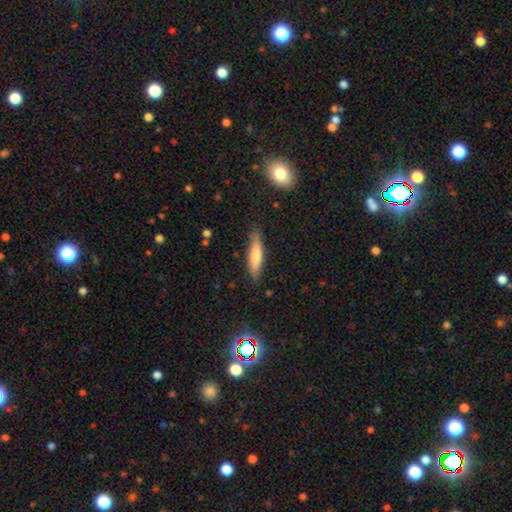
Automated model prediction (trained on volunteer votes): smooth_or_featured: smooth (p=0.70) [alt: featured or disk p=0.24]
how_rounded: cigar-shaped (p=0.76) [alt: in between p=0.22]
merging: none (p=0.82) [alt: minor disturbance p=0.14]